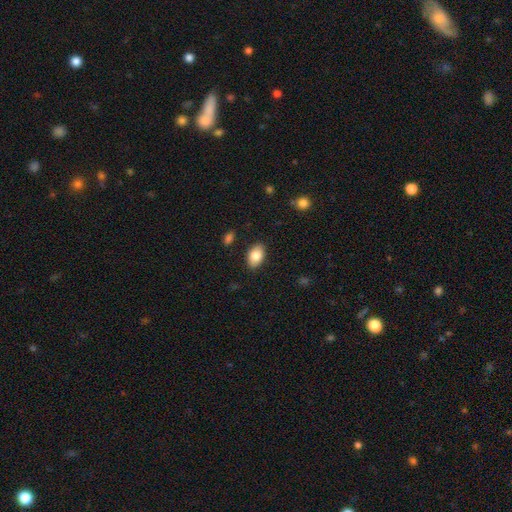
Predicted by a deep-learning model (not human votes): smooth 84%, featured or disk 9%, star or artifact 7%. Down the decision tree: how rounded — in between (91%); merging — none (87%).